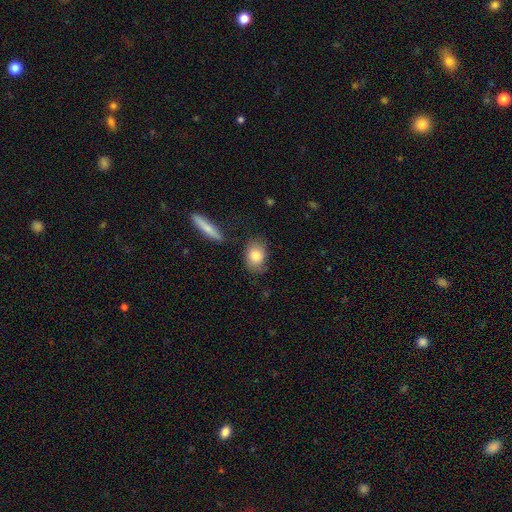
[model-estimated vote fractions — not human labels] smooth 80%, featured or disk 13%, star or artifact 7%. Down the decision tree: how rounded — in between (72%); merging — none (74%).